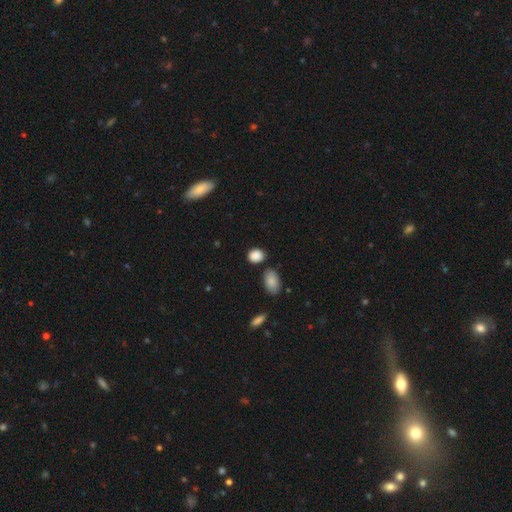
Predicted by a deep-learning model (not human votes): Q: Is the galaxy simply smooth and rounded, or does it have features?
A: smooth — 88%.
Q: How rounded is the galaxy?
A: round — 53%.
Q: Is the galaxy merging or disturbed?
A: none — 77%.